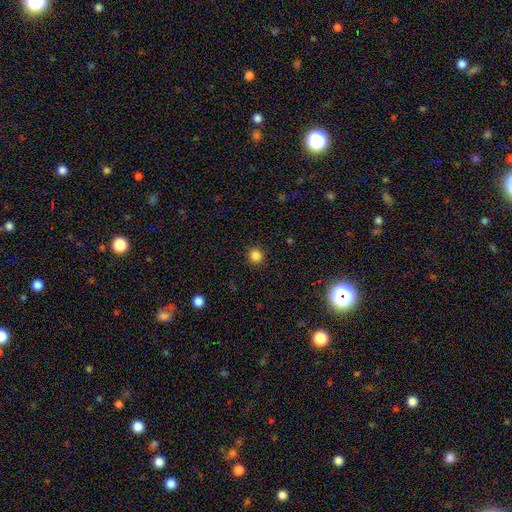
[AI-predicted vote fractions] Smooth or featured? Predicted: smooth (p=0.85). How rounded? Predicted: round (p=0.94). Merging? Predicted: none (p=0.92).